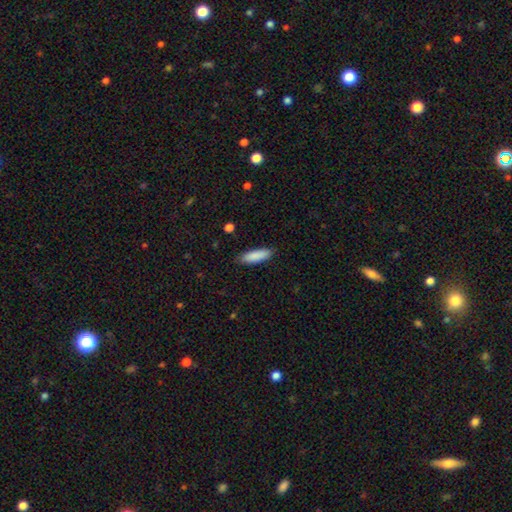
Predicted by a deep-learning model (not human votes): Smooth or featured? smooth (88%)
How rounded? cigar-shaped (49%, tied with in between)
Merging? none (86%)